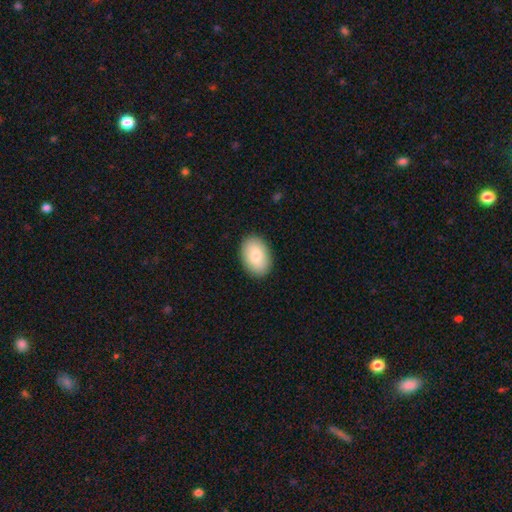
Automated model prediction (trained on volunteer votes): smooth_or_featured: smooth (p=0.82) [alt: featured or disk p=0.12]
how_rounded: in between (p=0.88) [alt: round p=0.11]
merging: none (p=0.89) [alt: minor disturbance p=0.08]